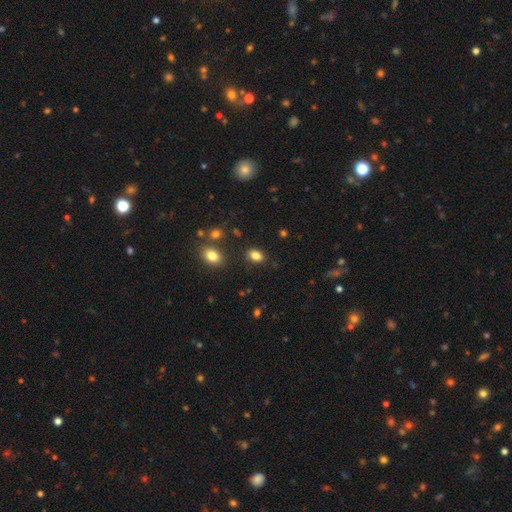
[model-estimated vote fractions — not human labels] Morphology: type=smooth (84%); roundness=in between (78%); merging=none (84%).